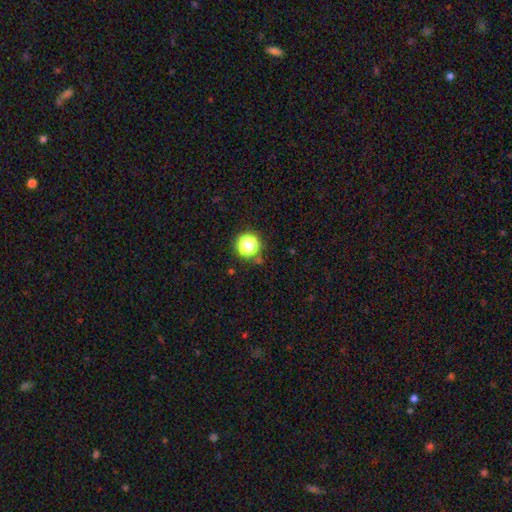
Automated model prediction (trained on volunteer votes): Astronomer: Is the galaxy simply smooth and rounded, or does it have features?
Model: star or artifact — 51% (runner-up: smooth, 44%).